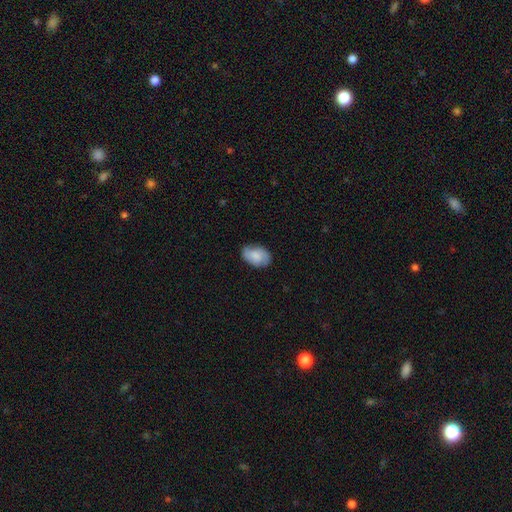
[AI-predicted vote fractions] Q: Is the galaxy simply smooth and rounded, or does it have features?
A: smooth — 71%.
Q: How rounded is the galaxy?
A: in between — 88%.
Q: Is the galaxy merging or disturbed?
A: none — 72%.